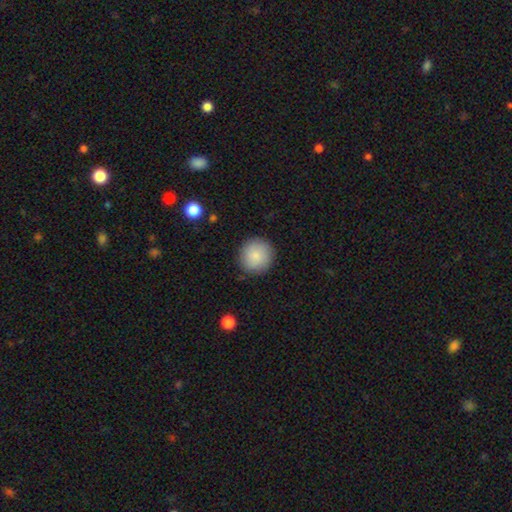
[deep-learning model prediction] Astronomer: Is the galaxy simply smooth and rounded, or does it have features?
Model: smooth — 86%.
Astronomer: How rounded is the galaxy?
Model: round — 94%.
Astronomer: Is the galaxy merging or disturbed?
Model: none — 89%.